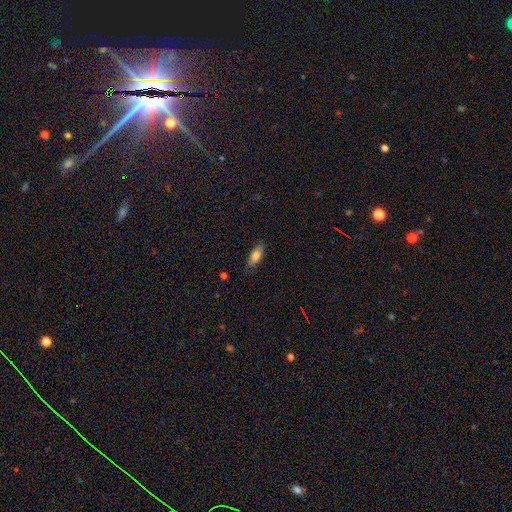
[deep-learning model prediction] The model was most divided on "how rounded": in between: 71%, cigar-shaped: 27%, round: 2%. More confident: merging — none (79%); smooth or featured — smooth (78%).